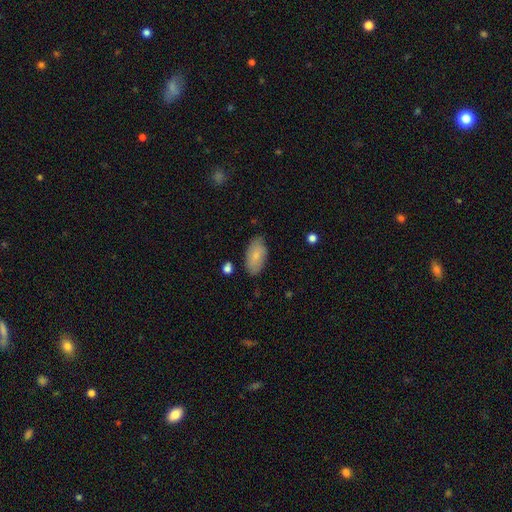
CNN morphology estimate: Q: Smooth or featured?
A: smooth (80%); runner-up: featured or disk (14%)
Q: How rounded?
A: in between (94%); runner-up: cigar-shaped (3%)
Q: Merging?
A: none (79%); runner-up: minor disturbance (16%)